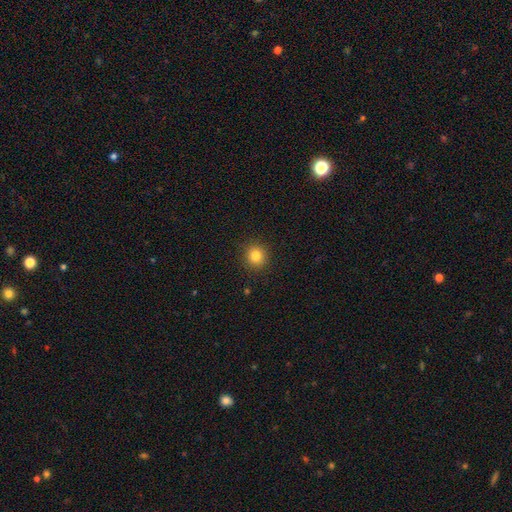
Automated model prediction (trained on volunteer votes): Overall: smooth (82%). How rounded: round (92%). Merging: none (91%).